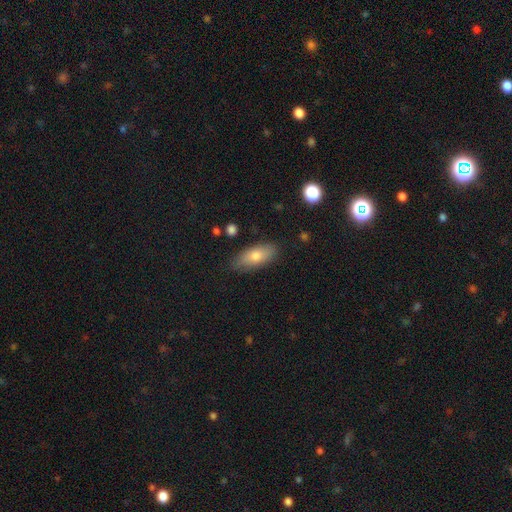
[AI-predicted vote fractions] smooth_or_featured: smooth (p=0.74) [alt: featured or disk p=0.18]
how_rounded: in between (p=0.82) [alt: cigar-shaped p=0.14]
merging: none (p=0.84) [alt: minor disturbance p=0.12]